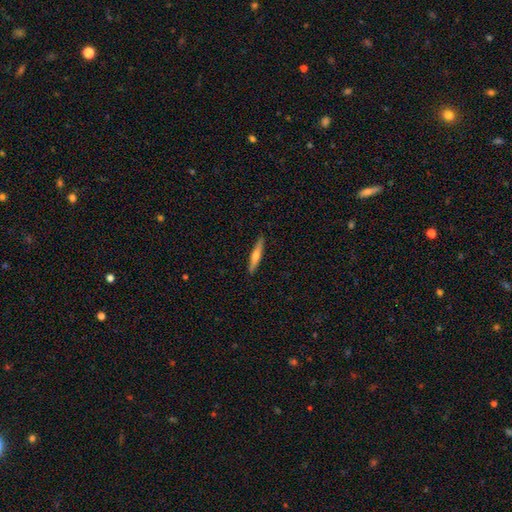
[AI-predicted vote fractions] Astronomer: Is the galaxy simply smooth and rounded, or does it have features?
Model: smooth — 47%, tied with featured or disk at 47%.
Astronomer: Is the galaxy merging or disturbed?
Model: none — 90%.